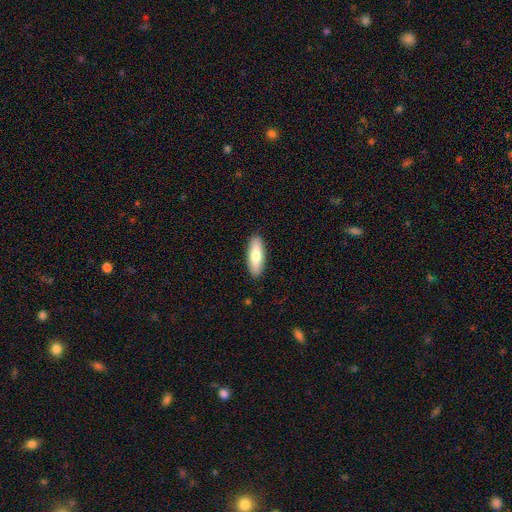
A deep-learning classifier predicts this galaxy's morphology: smooth-or-featured: smooth: 72% | featured or disk: 22% | star or artifact: 6%
  how-rounded: in between: 61% | cigar-shaped: 37% | round: 2%
  merging: none: 90% | minor disturbance: 8% | major disturbance: 2% | merger: 1%